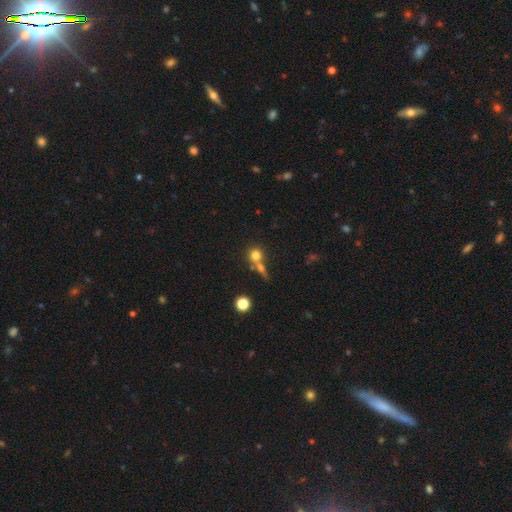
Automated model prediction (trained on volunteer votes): This is likely a smooth galaxy (74%). How rounded: clearly round (87%). Merging: possibly none (47%).